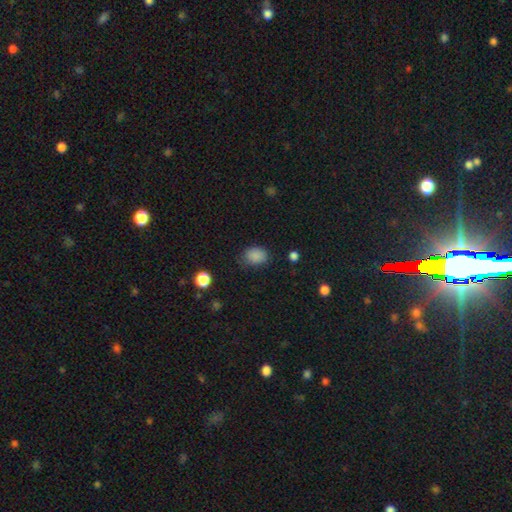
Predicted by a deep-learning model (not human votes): This is clearly a smooth galaxy (86%). How rounded: likely in between (61%). Merging: likely none (72%).